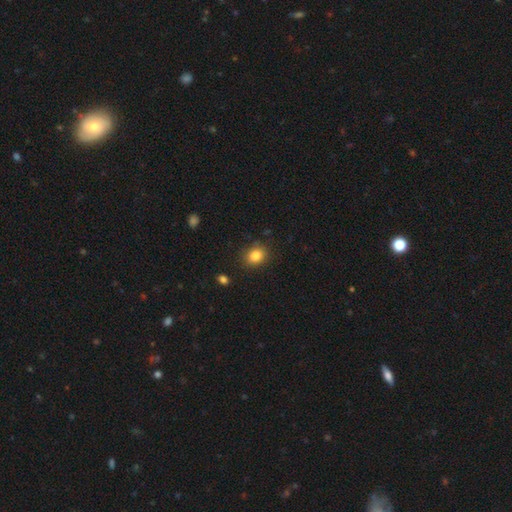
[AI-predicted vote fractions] This appears to be a smooth galaxy with no disk features (85%) that is round (50%). Merging: none (85%).